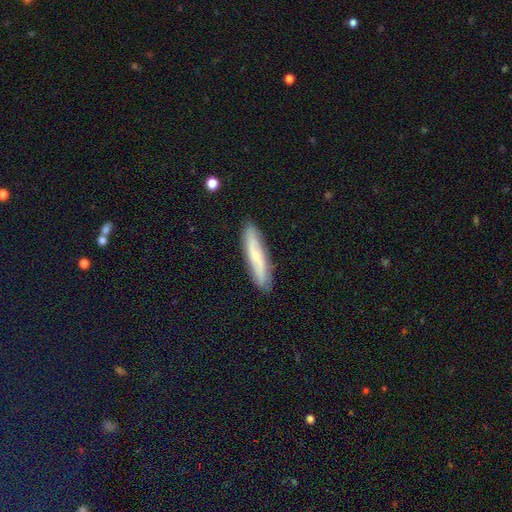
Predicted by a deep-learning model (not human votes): This is possibly a smooth galaxy (48%). Merging: clearly none (88%).